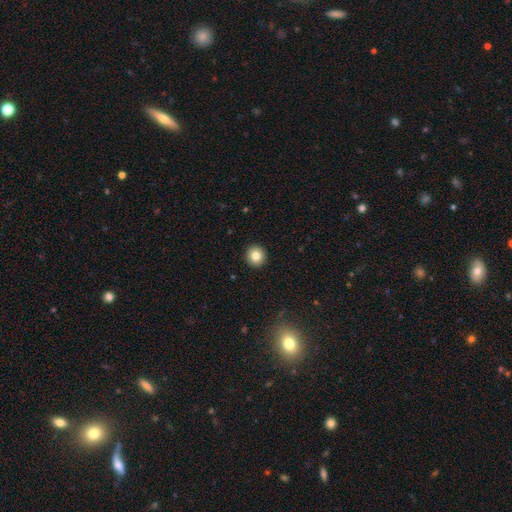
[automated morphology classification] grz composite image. It shows a smooth galaxy with no disk features (82%) that is round (94%). Merging: none (93%).